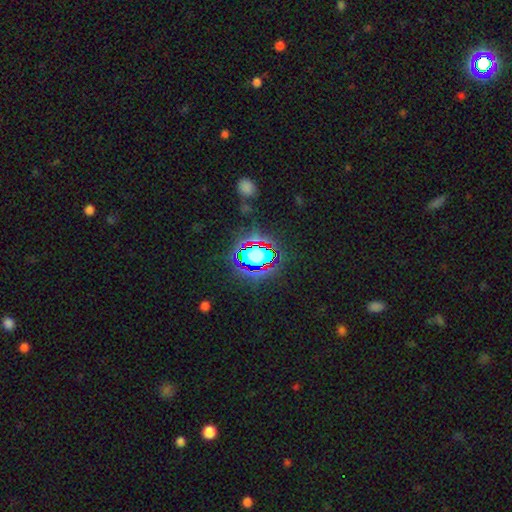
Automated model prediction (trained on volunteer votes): Overall: star or artifact (66%).